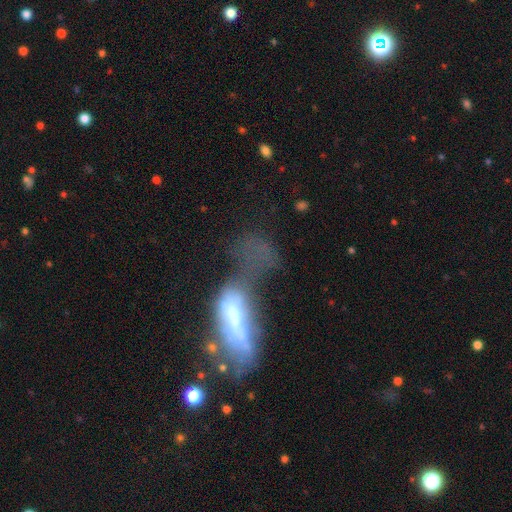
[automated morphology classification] The model was most divided on "smooth or featured": smooth: 43%, featured or disk: 42%, star or artifact: 15%. More confident: merging — major disturbance (52%).